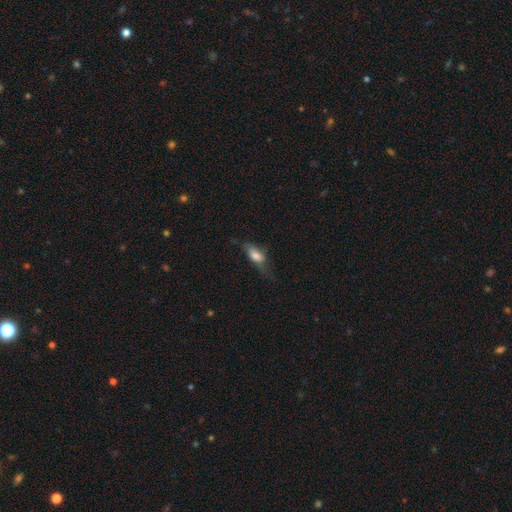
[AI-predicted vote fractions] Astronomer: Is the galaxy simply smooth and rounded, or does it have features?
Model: smooth — 69%.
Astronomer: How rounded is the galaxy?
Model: in between — 77%.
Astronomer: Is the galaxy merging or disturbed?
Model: none — 44% (runner-up: minor disturbance, 30%).